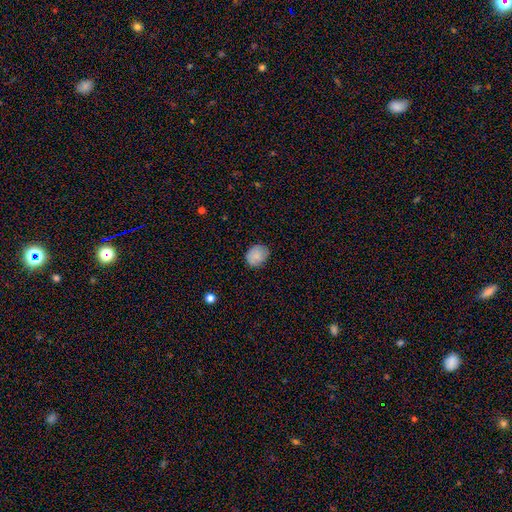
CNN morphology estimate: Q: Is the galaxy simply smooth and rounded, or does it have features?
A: smooth — 81%.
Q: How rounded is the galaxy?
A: round — 55%.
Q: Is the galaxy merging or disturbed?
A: none — 79%.